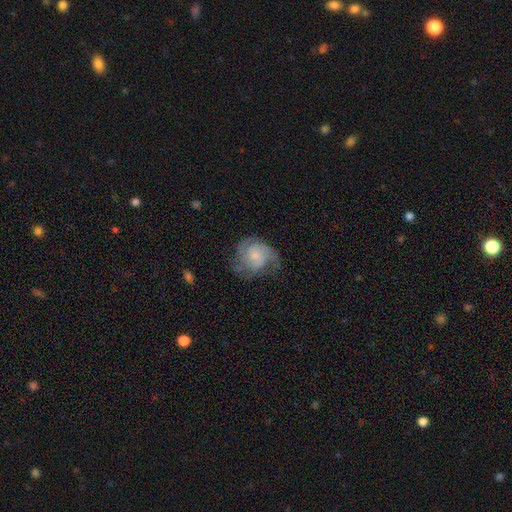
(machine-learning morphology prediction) A featured or disk galaxy (69%) with no bar (70%), 2 (32%) medium (44%) spiral arms (91%) and a small central bulge (50%).

Vote fractions:
- Smooth or featured? featured or disk: 69% / smooth: 24% / star or artifact: 7%
- Edge-on disk? no: 98% / yes: 2%
- Bar? no: 70% / weak: 27% / strong: 3%
- Spiral arms? yes: 91% / no: 9%
- Spiral winding? medium: 44% / tight: 39% / loose: 17%
- Spiral arm count? 2: 32% / 3: 25% / can't tell: 25% / 1: 8% / 4: 6% / more than 4: 4%
- Bulge size? small: 50% / moderate: 32% / none: 13% / large: 4% / dominant: 1%
- Merging? none: 55% / minor disturbance: 25% / major disturbance: 18% / merger: 2%